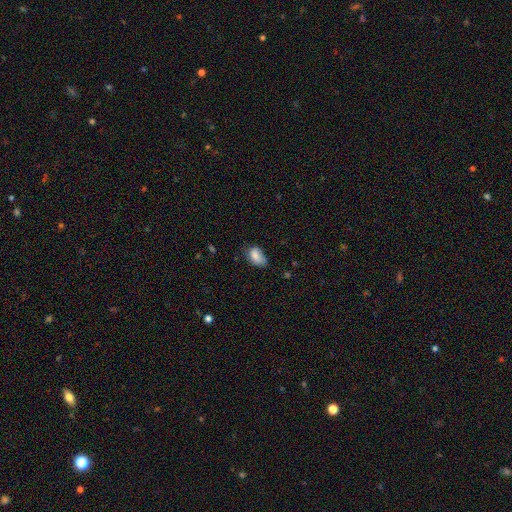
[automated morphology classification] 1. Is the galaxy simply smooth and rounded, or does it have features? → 80% smooth, 12% featured or disk, 8% star or artifact.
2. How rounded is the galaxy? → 89% in between, 9% round, 2% cigar-shaped.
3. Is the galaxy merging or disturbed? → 46% none, 40% minor disturbance, 12% major disturbance, 3% merger.